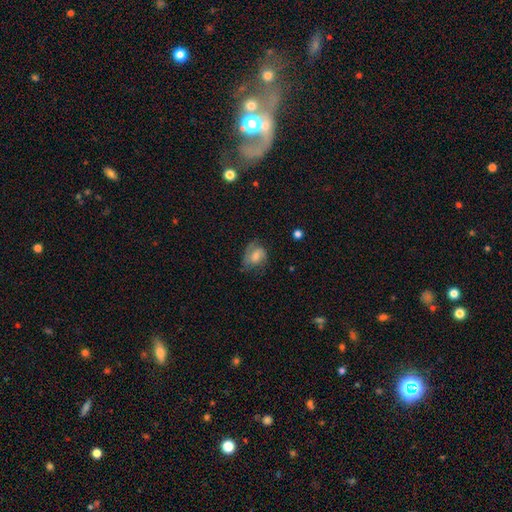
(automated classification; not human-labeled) Smooth or featured? Predicted: featured or disk (p=0.48). Merging? Predicted: none (p=0.54).